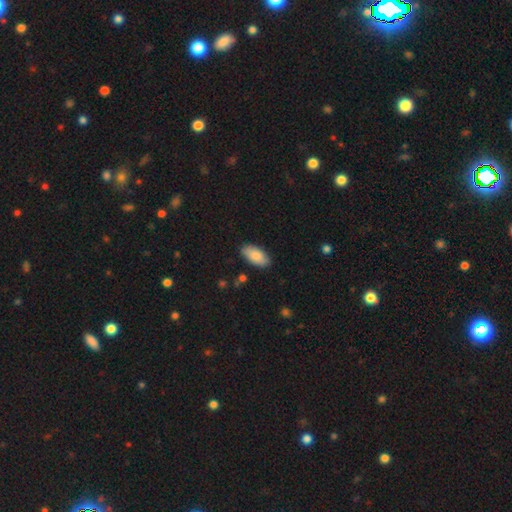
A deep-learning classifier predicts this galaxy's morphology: This is clearly a smooth galaxy (86%). How rounded: clearly in between (93%). Merging: clearly none (85%).